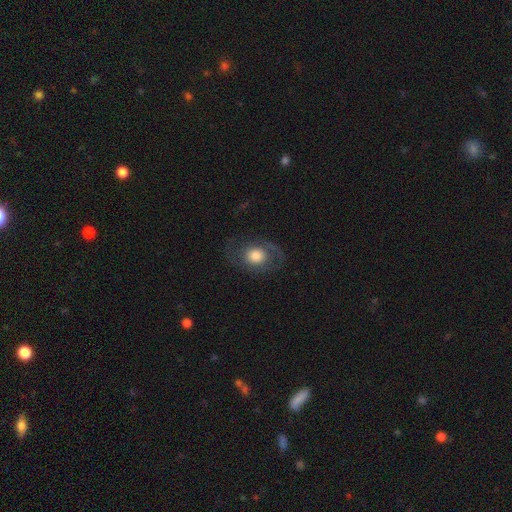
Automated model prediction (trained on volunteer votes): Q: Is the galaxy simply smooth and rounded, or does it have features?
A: featured or disk — 51%.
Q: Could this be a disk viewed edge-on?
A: no — 95%.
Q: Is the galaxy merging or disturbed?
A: none — 68%.